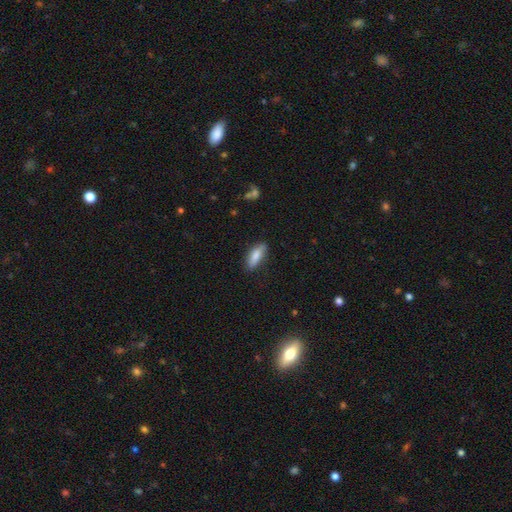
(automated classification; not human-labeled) smooth 81%, featured or disk 13%, star or artifact 6%. Down the decision tree: how rounded — in between (65%); merging — none (80%).